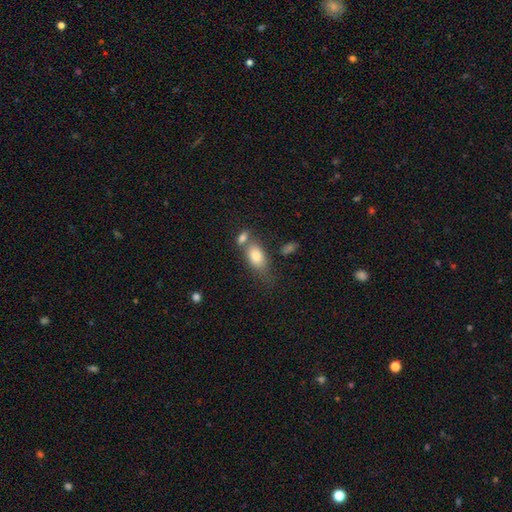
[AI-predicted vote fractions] smooth-or-featured: smooth: 79% | featured or disk: 13% | star or artifact: 9%
  how-rounded: in between: 84% | round: 10% | cigar-shaped: 6%
  merging: none: 41% | merger: 34% | minor disturbance: 17% | major disturbance: 8%